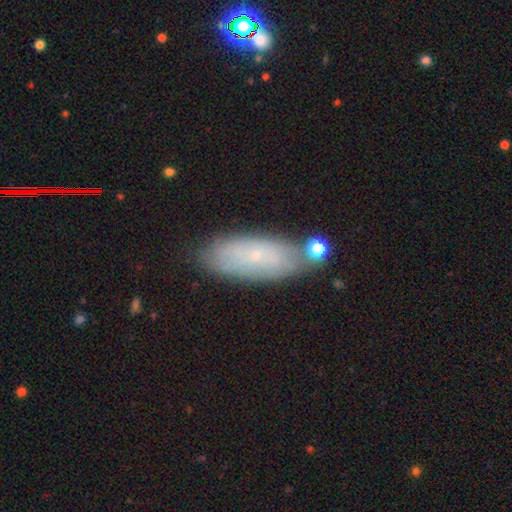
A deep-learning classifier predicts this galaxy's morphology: type=smooth (50%); merging=none (70%).